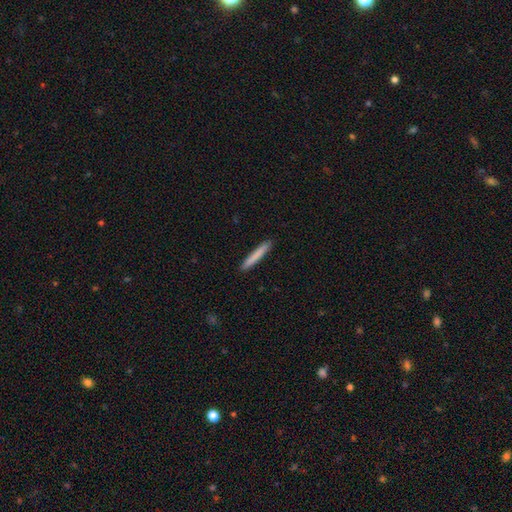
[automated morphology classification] The model was most divided on "smooth or featured": smooth: 80%, featured or disk: 15%, star or artifact: 6%. More confident: how rounded — cigar-shaped (96%); merging — none (92%).